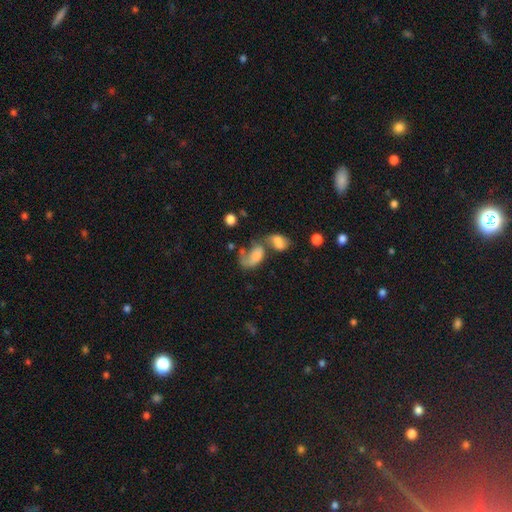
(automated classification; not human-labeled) Morphology: type=smooth (64%); roundness=in between (88%); merging=merger (53%).